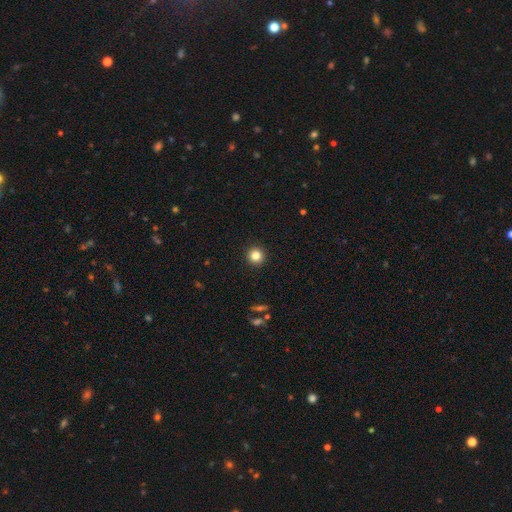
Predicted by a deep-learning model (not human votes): Smooth or featured?
  - smooth: 83% *
  - star or artifact: 12%
  - featured or disk: 6%
How rounded?
  - round: 95% *
  - in between: 4%
  - cigar-shaped: 1%
Merging?
  - none: 93% *
  - minor disturbance: 4%
  - major disturbance: 2%
  - merger: 1%